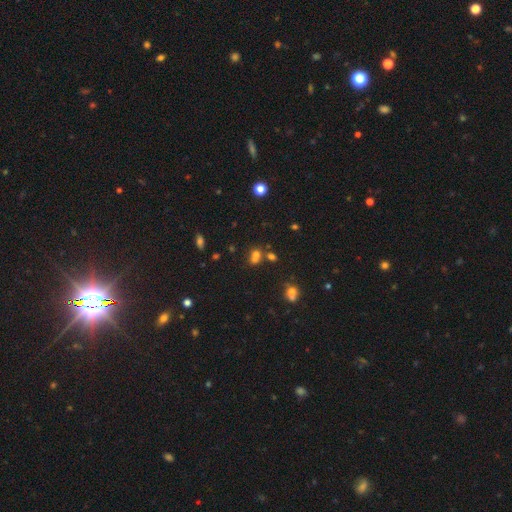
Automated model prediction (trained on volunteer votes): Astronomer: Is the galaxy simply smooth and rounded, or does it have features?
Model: smooth — 65%.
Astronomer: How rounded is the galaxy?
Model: round — 60% (runner-up: in between, 38%).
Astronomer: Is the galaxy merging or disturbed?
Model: merger — 47% (runner-up: none, 39%).